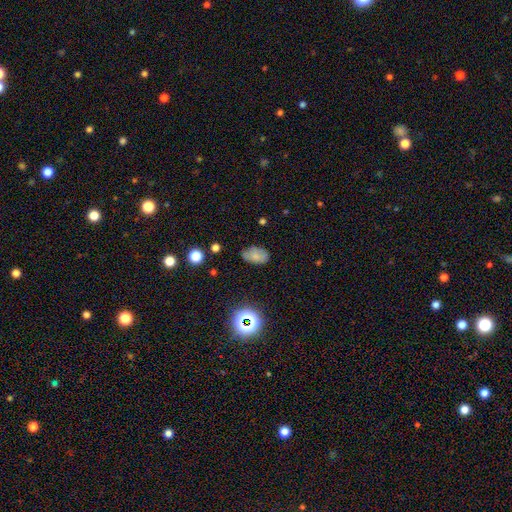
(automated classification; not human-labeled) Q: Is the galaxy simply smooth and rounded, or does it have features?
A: smooth — 72%.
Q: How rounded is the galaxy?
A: in between — 90%.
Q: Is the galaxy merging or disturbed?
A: none — 70%.